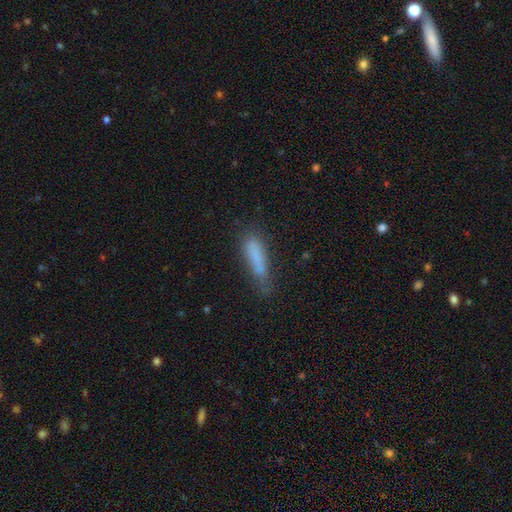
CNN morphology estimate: smooth_or_featured: smooth (p=0.76) [alt: featured or disk p=0.14]
how_rounded: cigar-shaped (p=0.78) [alt: in between p=0.20]
merging: none (p=0.63) [alt: minor disturbance p=0.25]